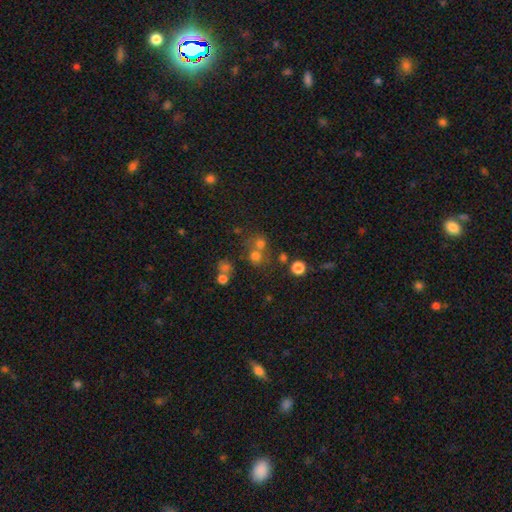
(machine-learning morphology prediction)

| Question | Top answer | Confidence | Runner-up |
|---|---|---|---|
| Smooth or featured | smooth | 66% | star or artifact (23%) |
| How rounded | round | 84% | in between (15%) |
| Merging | none | 51% | merger (37%) |